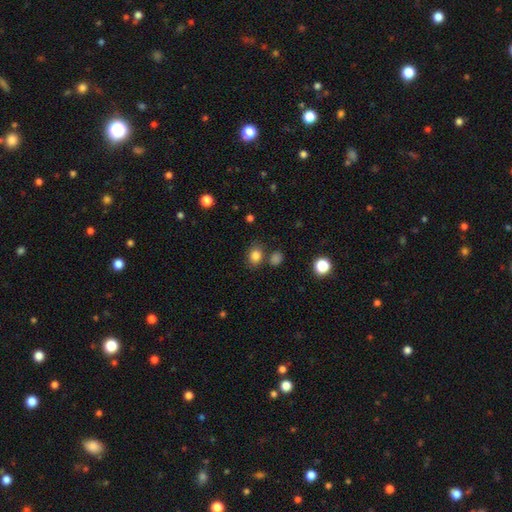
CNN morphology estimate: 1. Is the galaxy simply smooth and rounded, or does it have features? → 83% smooth, 12% star or artifact, 6% featured or disk.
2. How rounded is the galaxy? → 52% round, 47% in between, 1% cigar-shaped.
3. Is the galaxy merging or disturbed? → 74% none, 13% minor disturbance, 10% merger, 4% major disturbance.